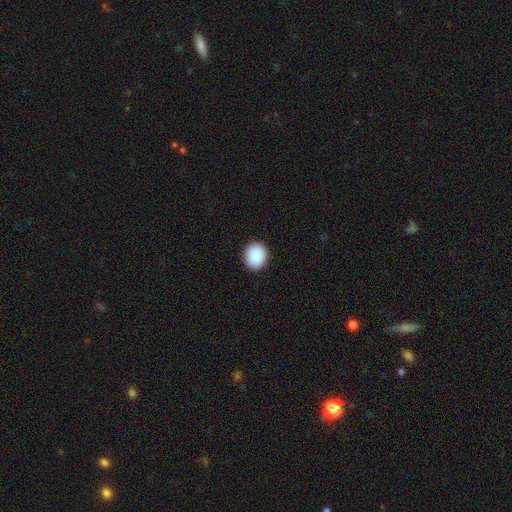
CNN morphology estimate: Smooth or featured?
  - smooth: 90% *
  - star or artifact: 7%
  - featured or disk: 2%
How rounded?
  - round: 69% *
  - in between: 30%
  - cigar-shaped: 1%
Merging?
  - none: 91% *
  - minor disturbance: 6%
  - major disturbance: 2%
  - merger: 1%